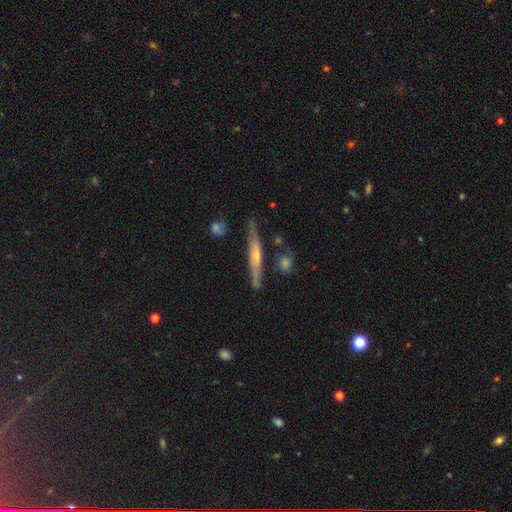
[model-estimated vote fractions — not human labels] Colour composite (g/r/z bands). It shows a featured or disk galaxy (68%) viewed edge-on (93%) with a rounded central bulge (66%). Merging: none (81%).